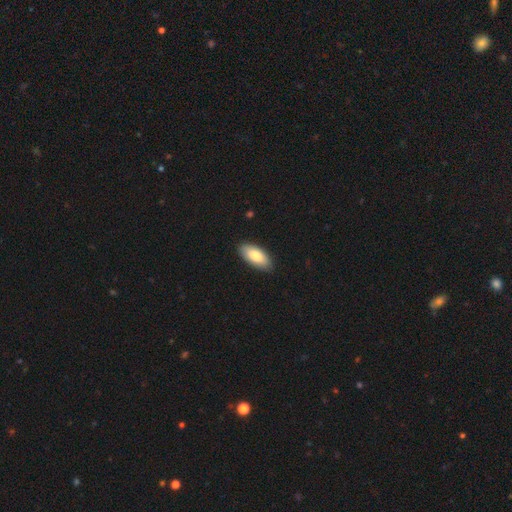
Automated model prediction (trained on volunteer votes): smooth-or-featured: smooth: 82% | featured or disk: 12% | star or artifact: 5%
  how-rounded: in between: 90% | cigar-shaped: 8% | round: 2%
  merging: none: 87% | minor disturbance: 10% | major disturbance: 2% | merger: 1%